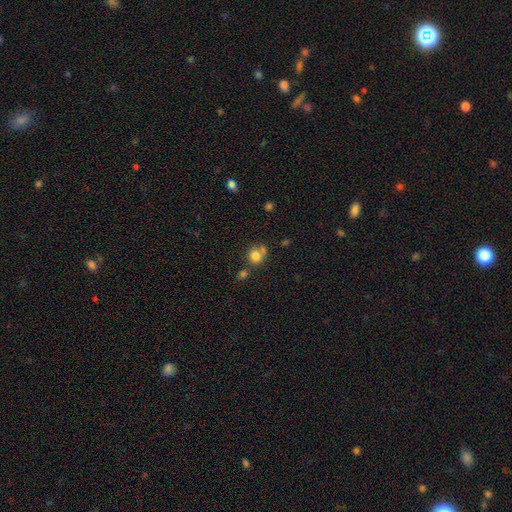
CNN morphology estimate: Overall: smooth (80%). How rounded: round (80%). Merging: none (56%; merger 28%).